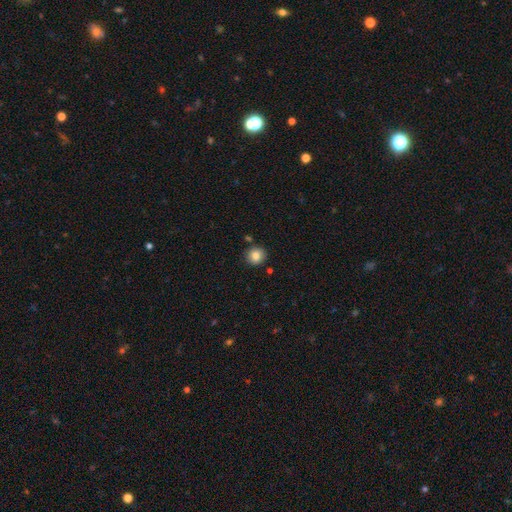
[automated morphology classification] smooth 84%, star or artifact 10%, featured or disk 7%. Down the decision tree: how rounded — round (92%); merging — none (87%).